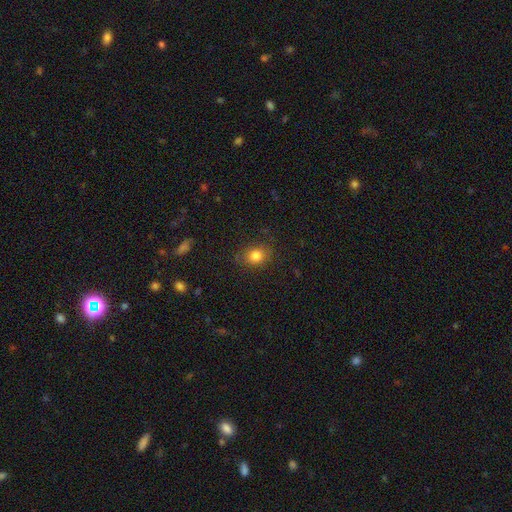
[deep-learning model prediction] Smooth or featured?
  - smooth: 82% *
  - star or artifact: 11%
  - featured or disk: 7%
How rounded?
  - round: 54% *
  - in between: 45%
  - cigar-shaped: 1%
Merging?
  - none: 83% *
  - minor disturbance: 13%
  - major disturbance: 4%
  - merger: 1%